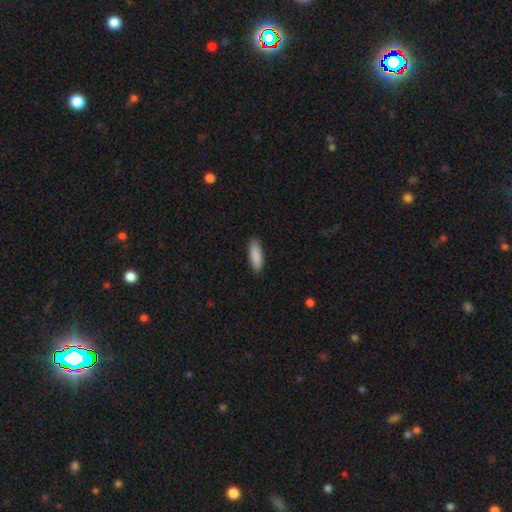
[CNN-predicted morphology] A smooth galaxy with no disk features (90%) that is in between round and cigar-shaped (57%).

Vote fractions:
- Smooth or featured? smooth: 90% / star or artifact: 6% / featured or disk: 5%
- How rounded? in between: 57% / cigar-shaped: 42% / round: 2%
- Merging? none: 89% / minor disturbance: 9% / major disturbance: 2% / merger: 1%